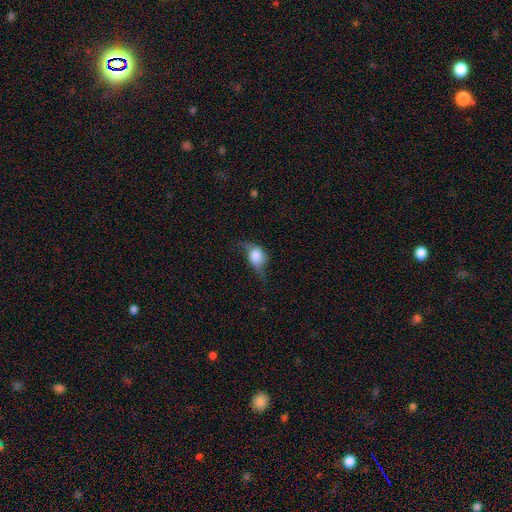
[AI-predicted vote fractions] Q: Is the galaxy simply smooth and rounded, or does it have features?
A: smooth — 60%.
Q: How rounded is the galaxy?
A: in between — 58%.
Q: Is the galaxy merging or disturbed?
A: minor disturbance — 33%.